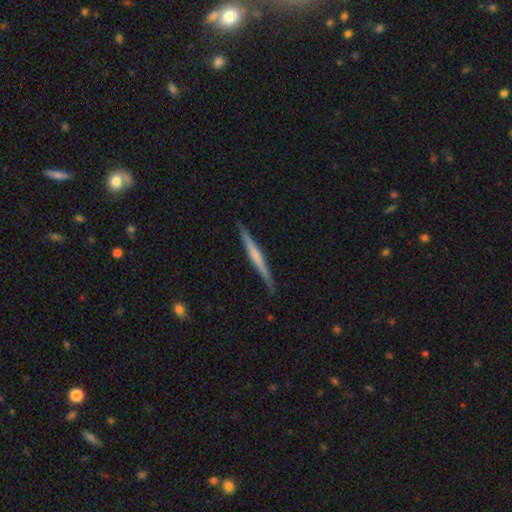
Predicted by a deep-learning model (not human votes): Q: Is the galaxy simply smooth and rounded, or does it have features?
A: featured or disk — 59%.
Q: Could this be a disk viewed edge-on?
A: yes — 98%.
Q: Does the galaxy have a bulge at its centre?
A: none — 56%.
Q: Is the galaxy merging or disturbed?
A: none — 89%.